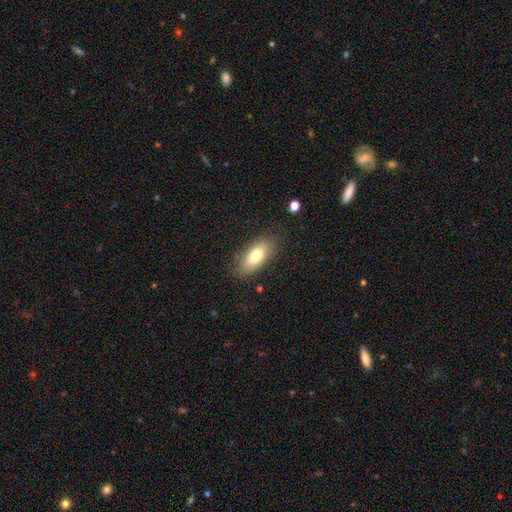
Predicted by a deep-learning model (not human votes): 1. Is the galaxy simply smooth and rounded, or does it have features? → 75% smooth, 17% featured or disk, 7% star or artifact.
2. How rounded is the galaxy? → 81% in between, 16% cigar-shaped, 3% round.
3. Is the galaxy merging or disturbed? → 83% none, 12% minor disturbance, 4% major disturbance, 1% merger.